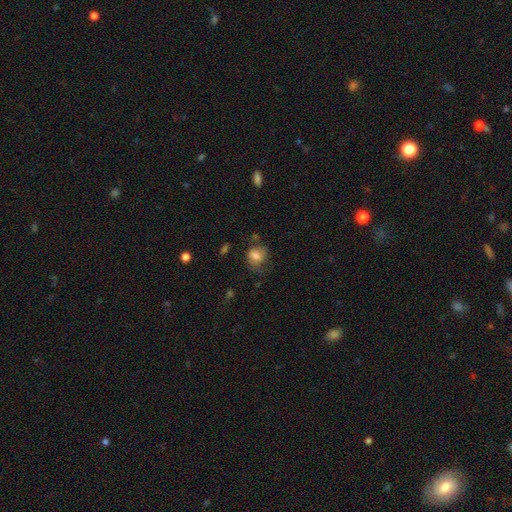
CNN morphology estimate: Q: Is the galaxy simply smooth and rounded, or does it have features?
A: smooth — 72%.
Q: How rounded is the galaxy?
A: round — 61%.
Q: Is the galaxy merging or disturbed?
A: none — 50%.